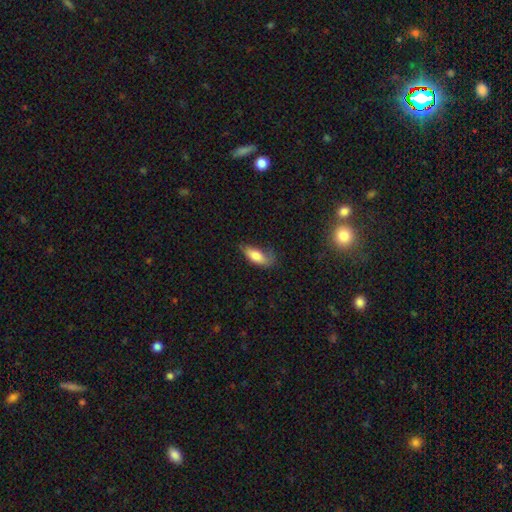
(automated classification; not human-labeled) This appears to be a smooth galaxy with no disk features (76%) that is in between round and cigar-shaped (79%). Merging: none (44%).